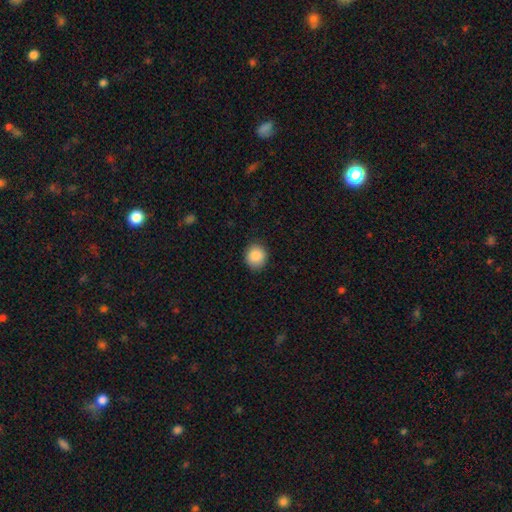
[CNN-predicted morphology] The model was most divided on "how rounded": round: 82%, in between: 17%, cigar-shaped: 1%. More confident: merging — none (89%); smooth or featured — smooth (88%).